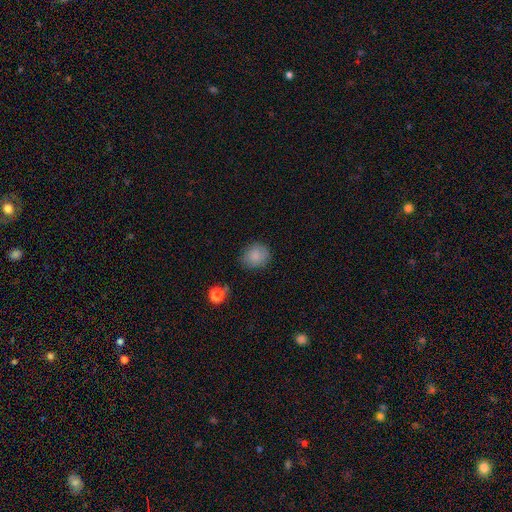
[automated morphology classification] Overall: smooth (84%). How rounded: round (70%). Merging: none (79%).